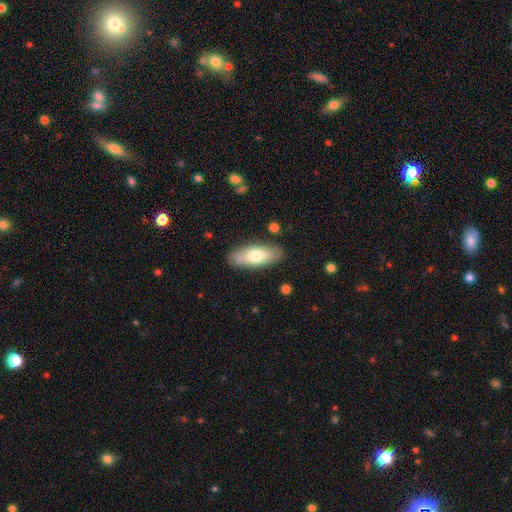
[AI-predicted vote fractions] smooth 71%, featured or disk 23%, star or artifact 6%. Down the decision tree: how rounded — in between (78%); merging — none (82%).